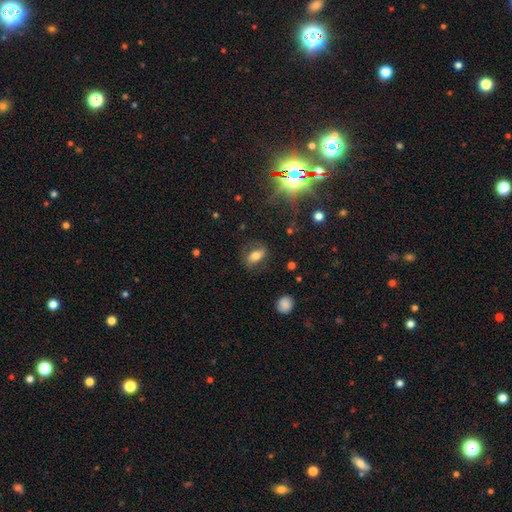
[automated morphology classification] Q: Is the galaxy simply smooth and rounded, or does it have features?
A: smooth — 52%.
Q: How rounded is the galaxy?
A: in between — 78%.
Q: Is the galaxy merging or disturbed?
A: none — 72%.